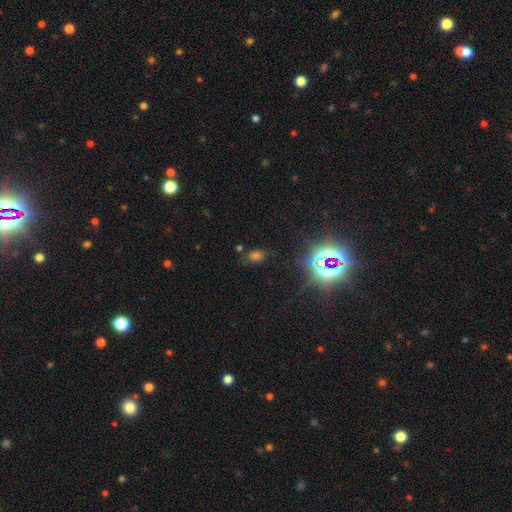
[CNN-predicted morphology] This appears to be a star or artifact, not a galaxy (54%).